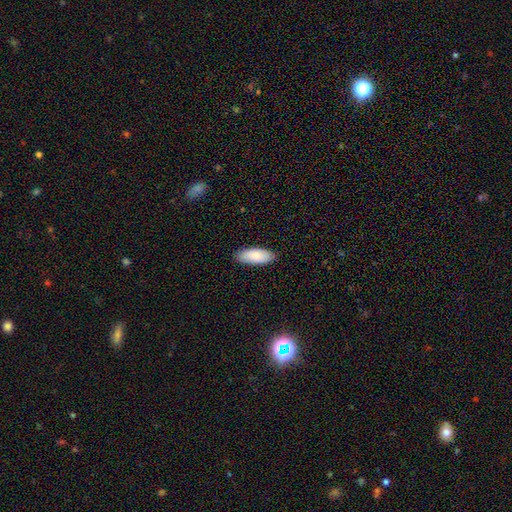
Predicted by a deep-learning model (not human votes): This appears to be a smooth galaxy with no disk features (86%) that is in between round and cigar-shaped (85%). Merging: none (88%).